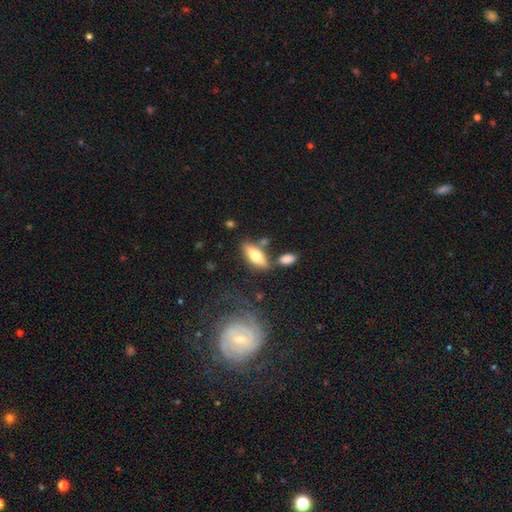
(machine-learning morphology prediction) smooth-or-featured: smooth: 70% | featured or disk: 24% | star or artifact: 7%
  how-rounded: in between: 72% | cigar-shaped: 25% | round: 2%
  merging: none: 70% | minor disturbance: 14% | merger: 12% | major disturbance: 4%